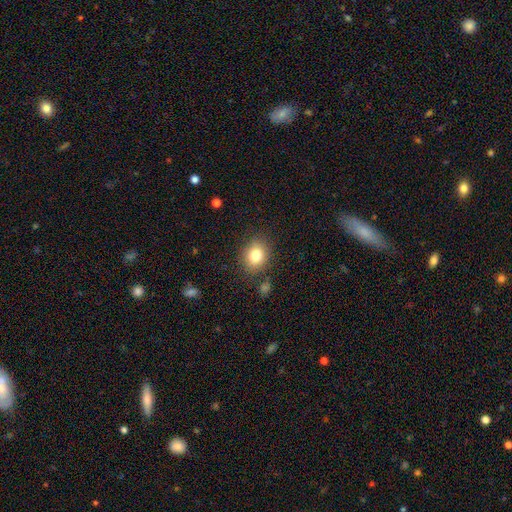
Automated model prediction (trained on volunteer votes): A smooth galaxy with no disk features (81%) that is round (60%). Merging: none (84%).